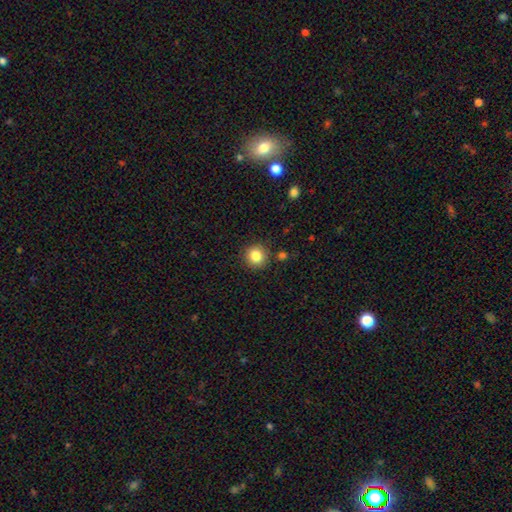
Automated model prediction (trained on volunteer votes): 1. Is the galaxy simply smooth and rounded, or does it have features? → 84% smooth, 10% star or artifact, 6% featured or disk.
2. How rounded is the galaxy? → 93% round, 6% in between, 1% cigar-shaped.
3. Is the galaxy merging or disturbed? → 88% none, 7% minor disturbance, 3% merger, 2% major disturbance.